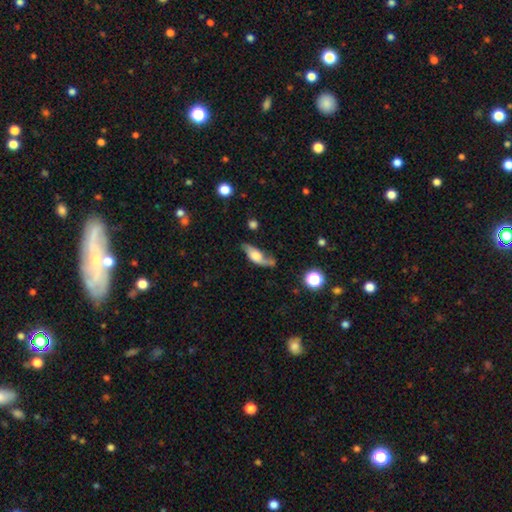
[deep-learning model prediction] This is possibly a featured or disk galaxy (54%). It is likely not viewed edge-on (71%). Merging: possibly none (46%).